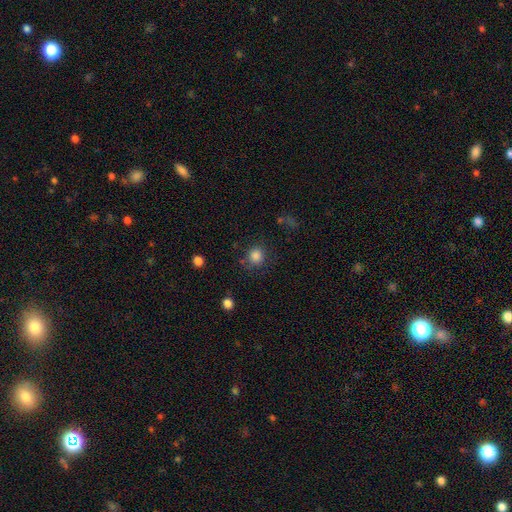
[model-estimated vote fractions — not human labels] Smooth or featured?
  - smooth: 85% *
  - star or artifact: 10%
  - featured or disk: 5%
How rounded?
  - round: 88% *
  - in between: 11%
  - cigar-shaped: 1%
Merging?
  - none: 79% *
  - minor disturbance: 12%
  - major disturbance: 6%
  - merger: 4%